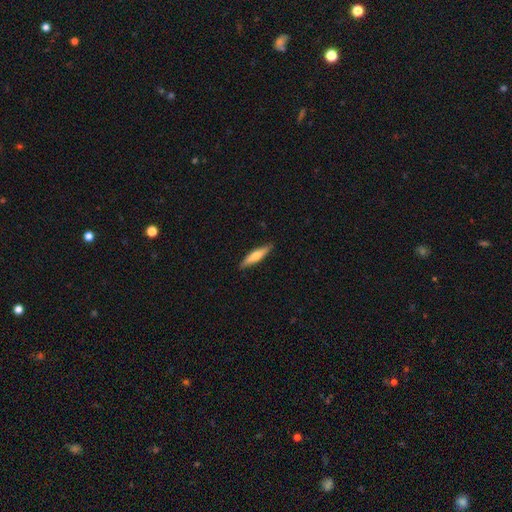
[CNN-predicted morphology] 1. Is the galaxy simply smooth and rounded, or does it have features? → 54% smooth, 41% featured or disk, 5% star or artifact.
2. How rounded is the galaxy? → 81% cigar-shaped, 17% in between, 2% round.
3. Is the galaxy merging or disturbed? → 89% none, 9% minor disturbance, 2% major disturbance, 1% merger.